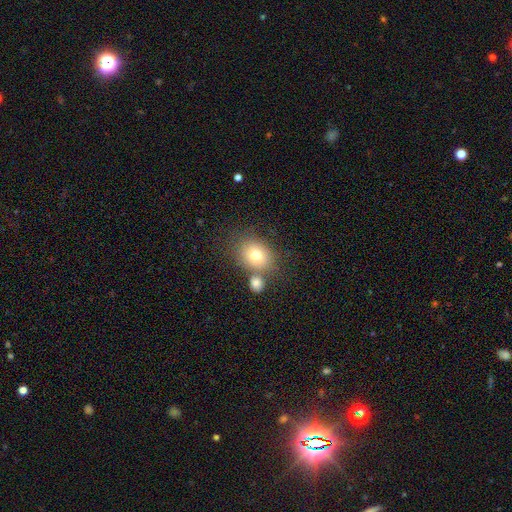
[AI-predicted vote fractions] This is likely a smooth galaxy (74%). How rounded: possibly round (59%). Merging: possibly none (59%).